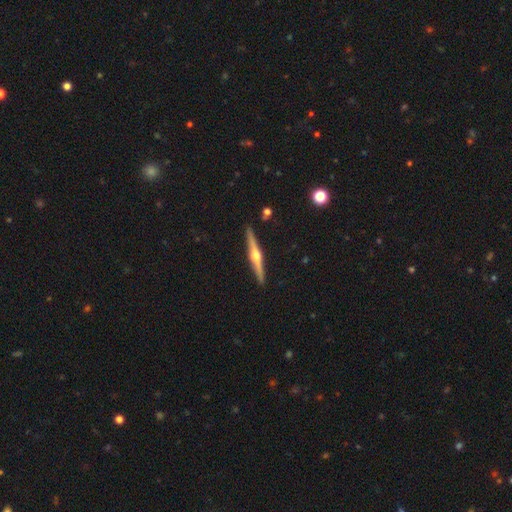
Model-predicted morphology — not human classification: A featured or disk galaxy (79%) viewed edge-on (98%) with a rounded central bulge (93%).

Vote fractions:
- Smooth or featured? featured or disk: 79% / smooth: 16% / star or artifact: 5%
- Edge-on disk? yes: 98% / no: 2%
- Edge-on bulge? rounded: 93% / boxy: 3% / none: 3%
- Merging? none: 91% / minor disturbance: 6% / merger: 1% / major disturbance: 1%